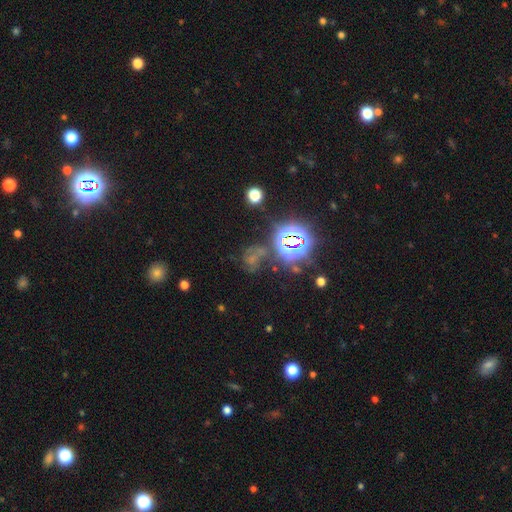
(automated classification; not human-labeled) This is possibly a star or artifact rather than a galaxy (59%).